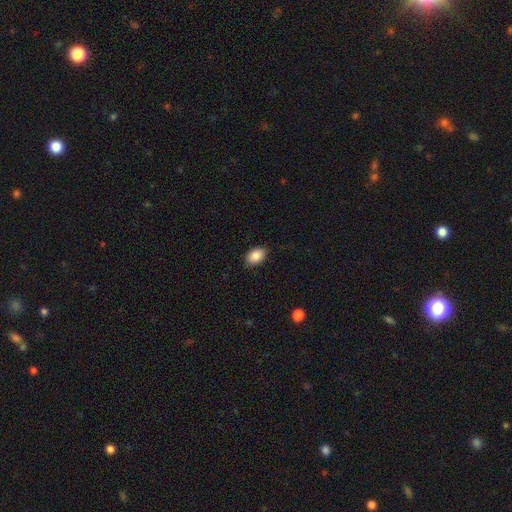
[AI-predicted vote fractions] Overall: smooth (87%). How rounded: in between (88%). Merging: none (86%).